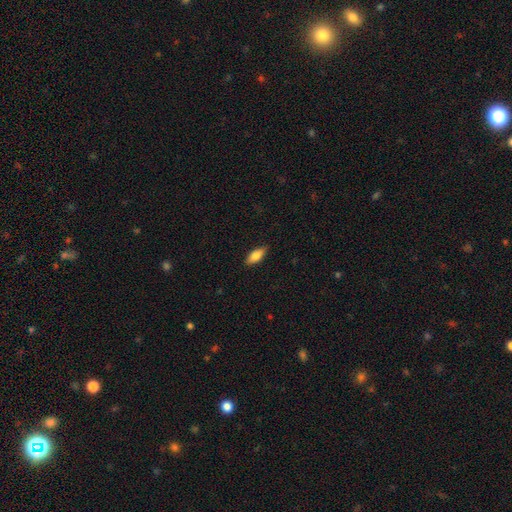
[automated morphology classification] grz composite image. It shows a smooth galaxy with no disk features (79%) that is in between round and cigar-shaped (80%). Merging: none (86%).